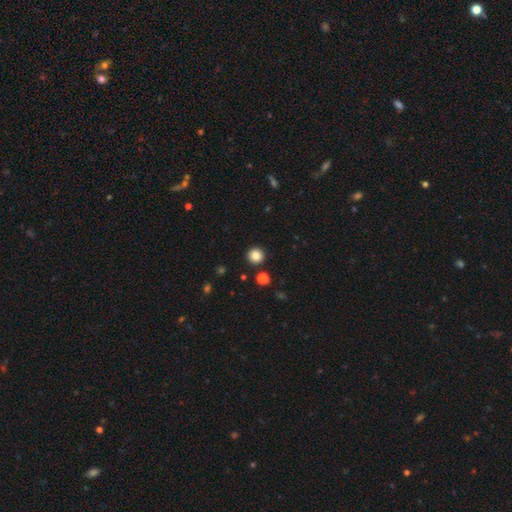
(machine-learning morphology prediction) Smooth or featured: smooth — 85% (star or artifact — 11%)
How rounded: round — 95% (in between — 4%)
Merging: none — 92% (minor disturbance — 5%)